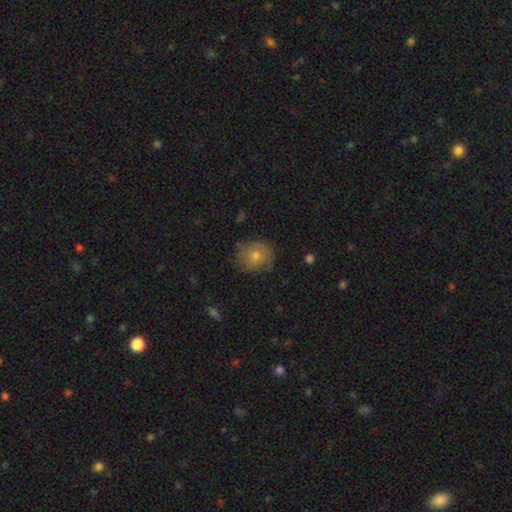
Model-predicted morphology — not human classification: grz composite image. It shows a smooth galaxy with no disk features (71%) that is round (80%). Merging: none (78%).